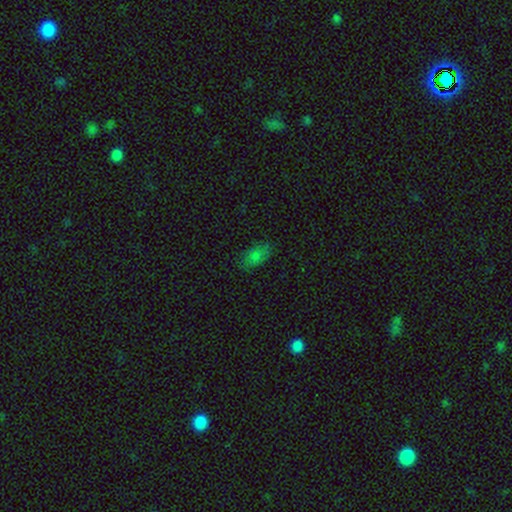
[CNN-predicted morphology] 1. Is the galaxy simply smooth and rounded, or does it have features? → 78% smooth, 13% star or artifact, 9% featured or disk.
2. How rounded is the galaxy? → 89% in between, 6% cigar-shaped, 5% round.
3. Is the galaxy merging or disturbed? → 81% none, 14% minor disturbance, 3% major disturbance, 1% merger.